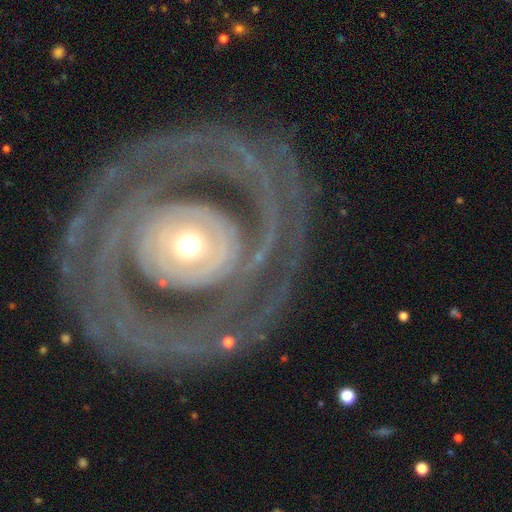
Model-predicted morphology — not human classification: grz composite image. It shows a featured or disk galaxy (85%) with no bar (75%), 2 (29%) tight (74%) spiral arms (83%) and a moderate central bulge (58%). Merging: none (77%).